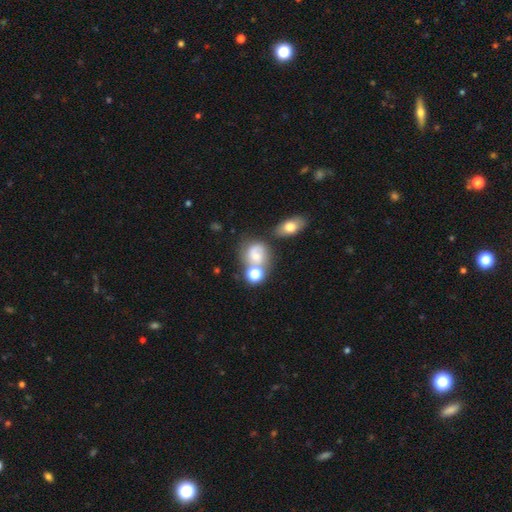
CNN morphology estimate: A smooth galaxy with no disk features (53%) that is round (62%). Merging: none (42%).